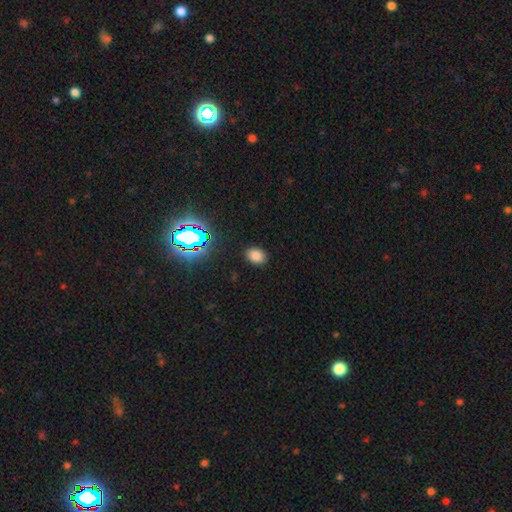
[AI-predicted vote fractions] smooth 76%, star or artifact 18%, featured or disk 5%. Down the decision tree: how rounded — in between (68%); merging — none (88%).